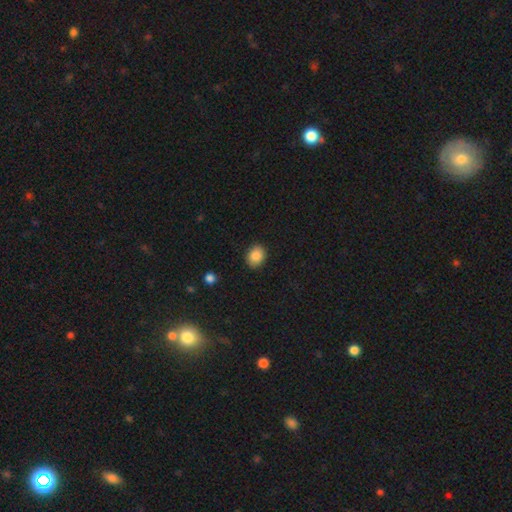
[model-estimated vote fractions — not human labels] This is clearly a smooth galaxy (87%). How rounded: possibly in between (54%). Merging: clearly none (88%).